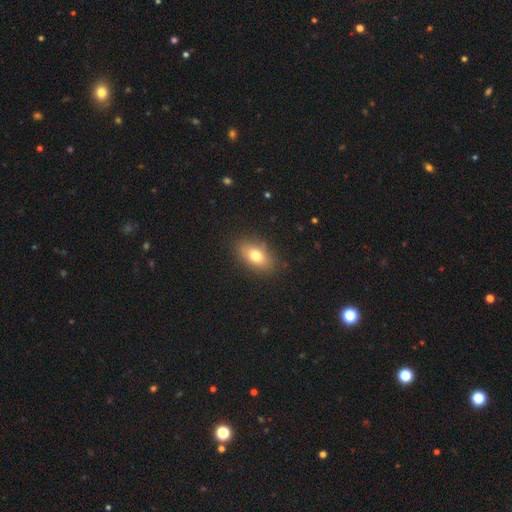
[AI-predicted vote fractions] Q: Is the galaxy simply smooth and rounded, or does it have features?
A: smooth — 75%.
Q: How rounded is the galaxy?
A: in between — 84%.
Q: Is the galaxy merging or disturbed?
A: none — 84%.